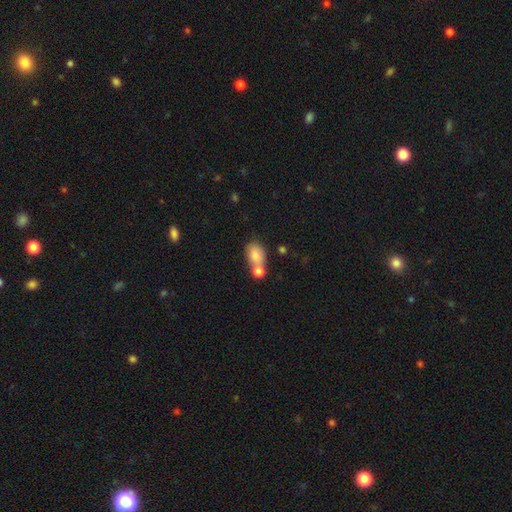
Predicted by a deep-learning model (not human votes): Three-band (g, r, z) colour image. It shows a smooth galaxy with no disk features (82%) that is in between round and cigar-shaped (77%). Merging: merger (49%).